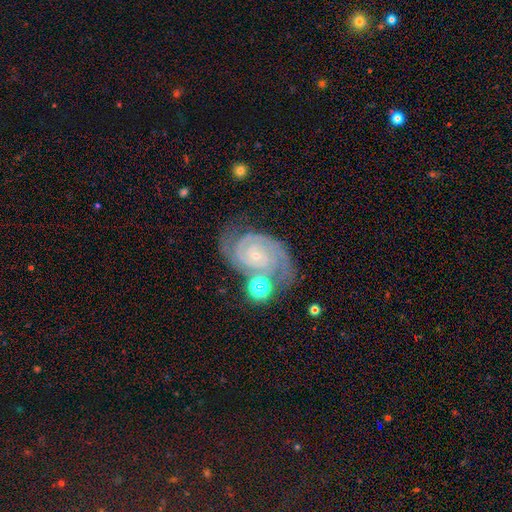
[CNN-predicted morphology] Q: Smooth or featured?
A: featured or disk (90%); runner-up: star or artifact (6%)
Q: Edge-on disk?
A: no (98%); runner-up: yes (2%)
Q: Bar?
A: no (68%); runner-up: weak (24%)
Q: Spiral arms?
A: yes (98%); runner-up: no (2%)
Q: Spiral winding?
A: tight (75%); runner-up: medium (22%)
Q: Spiral arm count?
A: 2 (72%); runner-up: 3 (12%)
Q: Bulge size?
A: small (82%); runner-up: moderate (14%)
Q: Merging?
A: none (67%); runner-up: minor disturbance (17%)